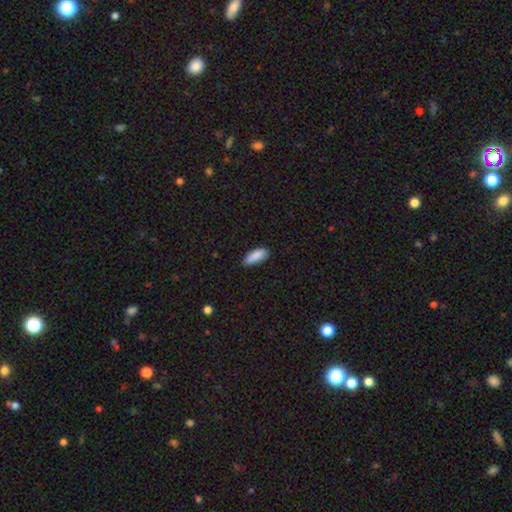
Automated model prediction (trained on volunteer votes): This appears to be a smooth galaxy with no disk features (90%) that is in between round and cigar-shaped (77%). Merging: none (82%).